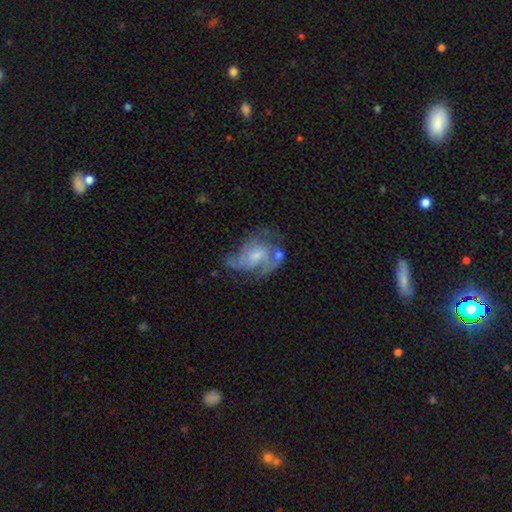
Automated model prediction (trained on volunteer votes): Overall: featured or disk (71%). Edge-on disk: no (97%). Bar: no (57%; weak 37%). Spiral arms: yes (78%). Spiral arm count: can't tell (31%; 3 27%). Spiral winding: medium (45%; tight 28%). Bulge size: small (47%; moderate 36%). Merging: none (38%; major disturbance 28%).